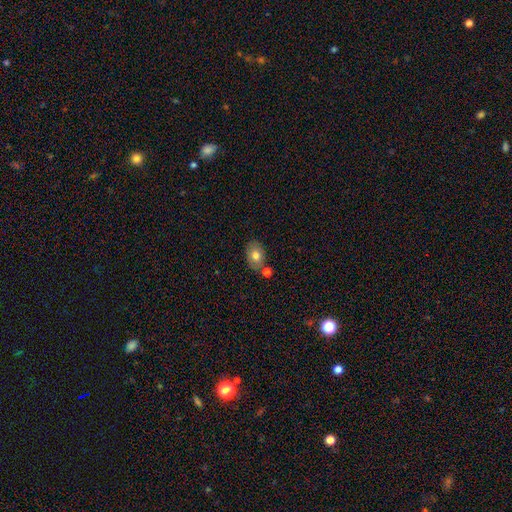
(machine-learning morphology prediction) Overall: smooth (77%). How rounded: in between (78%). Merging: none (69%).